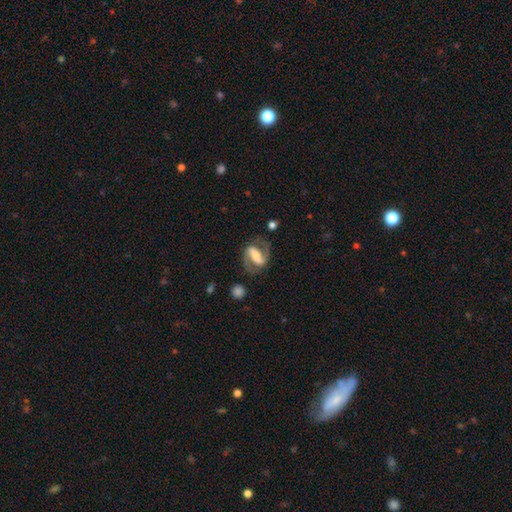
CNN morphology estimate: smooth_or_featured: featured or disk (p=0.82) [alt: smooth p=0.13]
disk_edge_on: no (p=0.95) [alt: yes p=0.05]
bar: strong (p=0.66) [alt: weak p=0.24]
has_spiral_arms: yes (p=0.92) [alt: no p=0.08]
spiral_winding: medium (p=0.53) [alt: loose p=0.24]
spiral_arm_count: 2 (p=0.91) [alt: can't tell p=0.04]
bulge_size: moderate (p=0.46) [alt: small p=0.31]
merging: none (p=0.75) [alt: minor disturbance p=0.14]